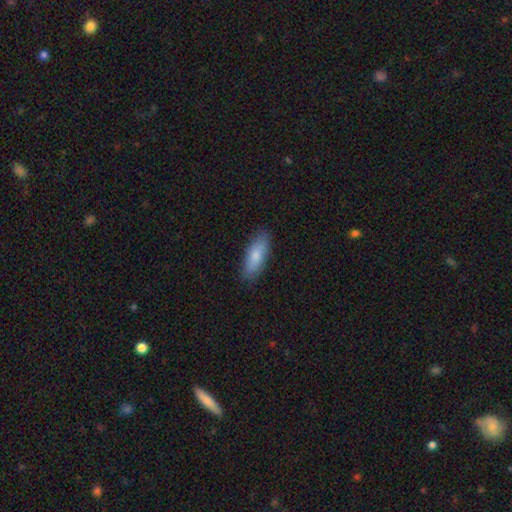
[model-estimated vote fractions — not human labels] The model was most divided on "how rounded": in between: 62%, cigar-shaped: 36%, round: 2%. More confident: merging — none (84%); smooth or featured — smooth (80%).